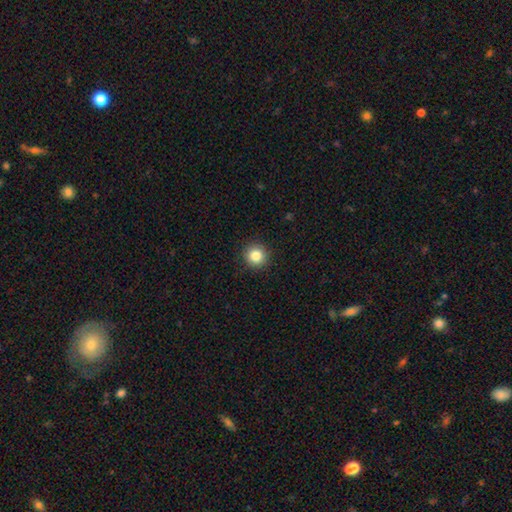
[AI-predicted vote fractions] smooth_or_featured: smooth (p=0.84) [alt: star or artifact p=0.10]
how_rounded: round (p=0.94) [alt: in between p=0.05]
merging: none (p=0.92) [alt: minor disturbance p=0.06]